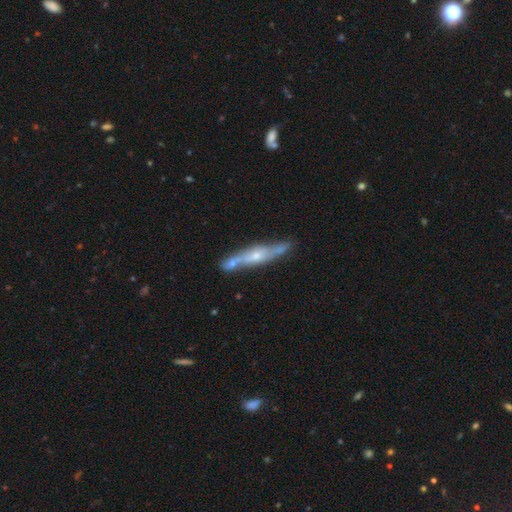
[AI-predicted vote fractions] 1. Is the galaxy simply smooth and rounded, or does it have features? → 71% featured or disk, 22% smooth, 7% star or artifact.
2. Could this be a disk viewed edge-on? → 78% yes, 22% no.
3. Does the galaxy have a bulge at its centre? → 71% rounded, 19% none, 9% boxy.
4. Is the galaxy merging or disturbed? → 65% none, 17% minor disturbance, 14% merger, 4% major disturbance.